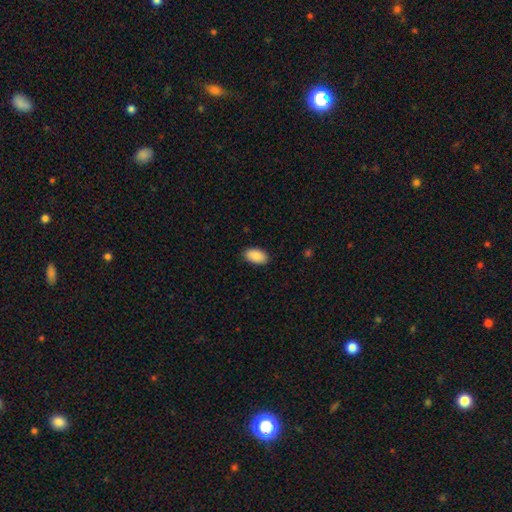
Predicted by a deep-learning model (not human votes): A smooth galaxy with no disk features (90%) that is in between round and cigar-shaped (95%). Merging: none (88%).